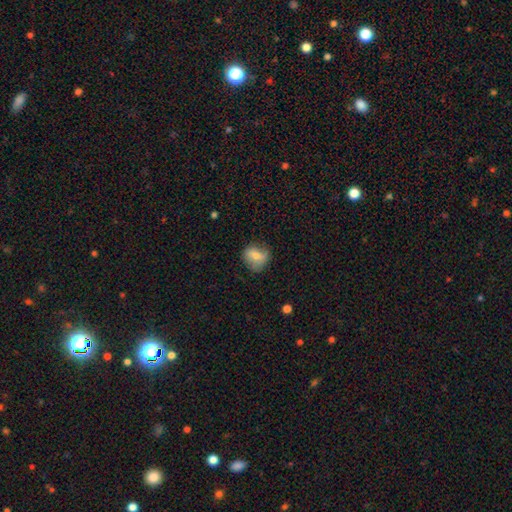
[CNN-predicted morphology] The model was most divided on "merging": none: 64%, minor disturbance: 27%, major disturbance: 8%, merger: 2%. More confident: how rounded — round (69%); smooth or featured — smooth (69%).